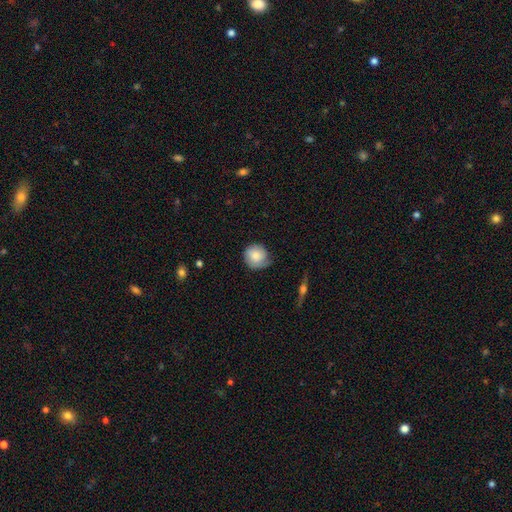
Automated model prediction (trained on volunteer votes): This appears to be a smooth galaxy with no disk features (78%) that is round (90%). Merging: none (69%).